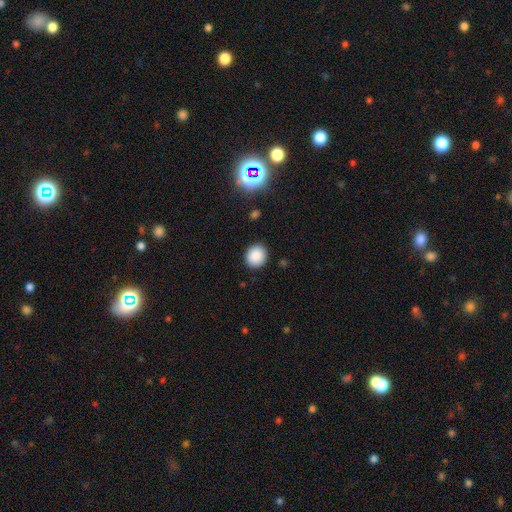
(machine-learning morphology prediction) type=smooth (88%); roundness=round (77%); merging=none (89%).